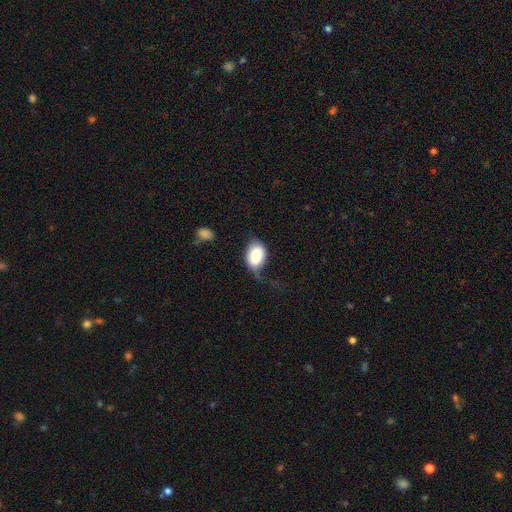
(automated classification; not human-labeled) This is clearly a smooth galaxy (82%). How rounded: clearly in between (83%). Merging: marginally major disturbance (34%).